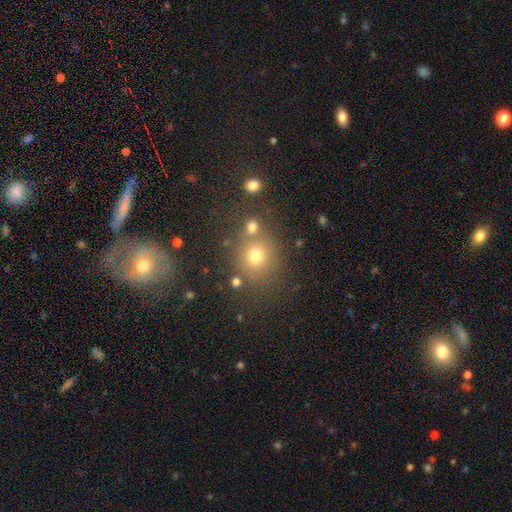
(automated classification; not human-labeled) This appears to be a smooth galaxy with no disk features (70%) that is round (85%). Merging: none (70%).